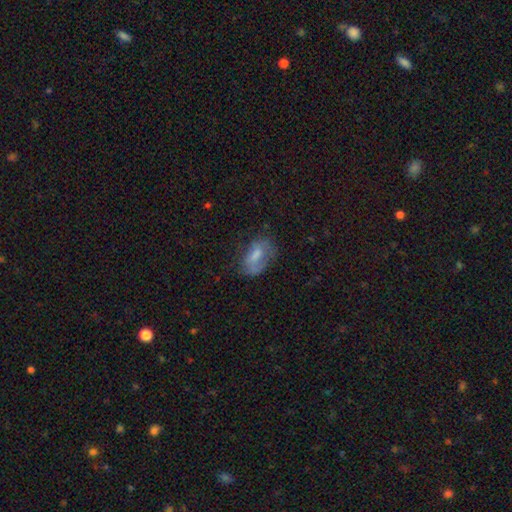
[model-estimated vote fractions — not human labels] This appears to be a smooth galaxy with no disk features (54%) that is in between round and cigar-shaped (87%). Merging: none (48%).